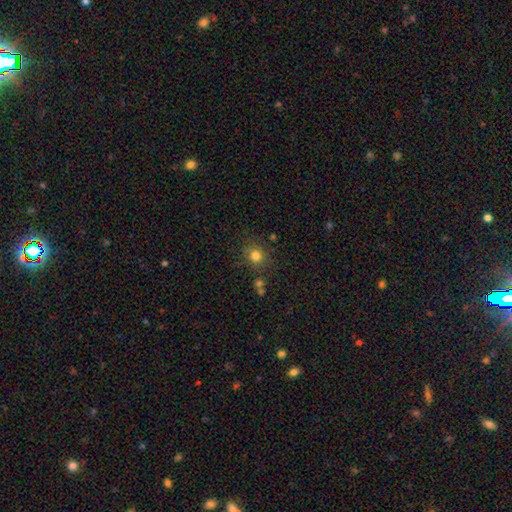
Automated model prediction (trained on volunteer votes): smooth 80%, star or artifact 14%, featured or disk 7%. Down the decision tree: how rounded — round (87%); merging — none (80%).